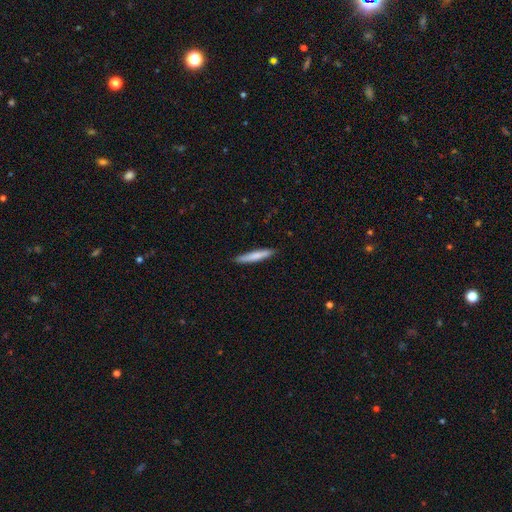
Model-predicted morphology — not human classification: Smooth or featured: smooth — 75% (featured or disk — 20%)
How rounded: cigar-shaped — 93% (in between — 6%)
Merging: none — 88% (minor disturbance — 9%)